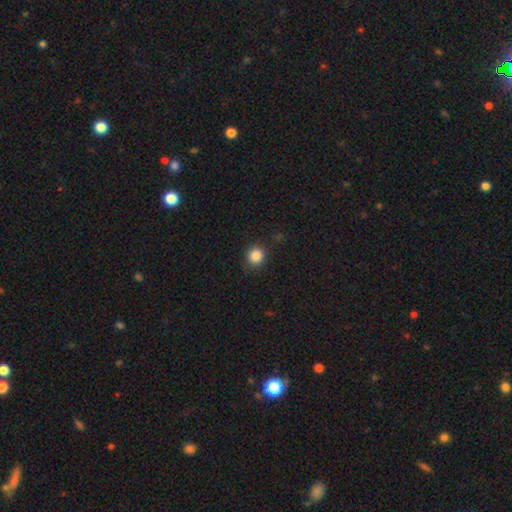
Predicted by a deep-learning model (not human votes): smooth-or-featured: smooth: 86% | star or artifact: 11% | featured or disk: 3%
  how-rounded: round: 88% | in between: 11% | cigar-shaped: 1%
  merging: none: 84% | minor disturbance: 12% | major disturbance: 3% | merger: 1%